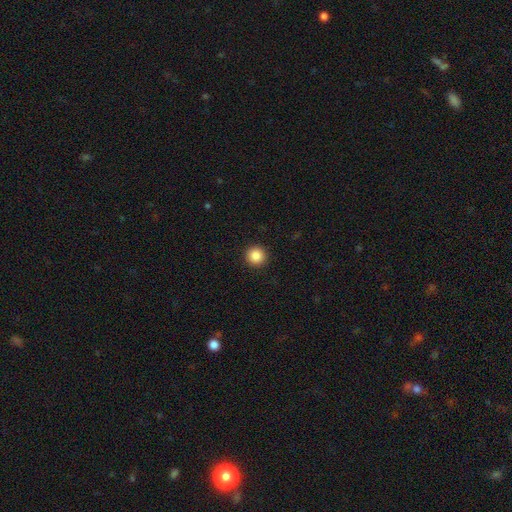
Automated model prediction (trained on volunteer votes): smooth 87%, star or artifact 10%, featured or disk 3%. Down the decision tree: how rounded — round (96%); merging — none (93%).